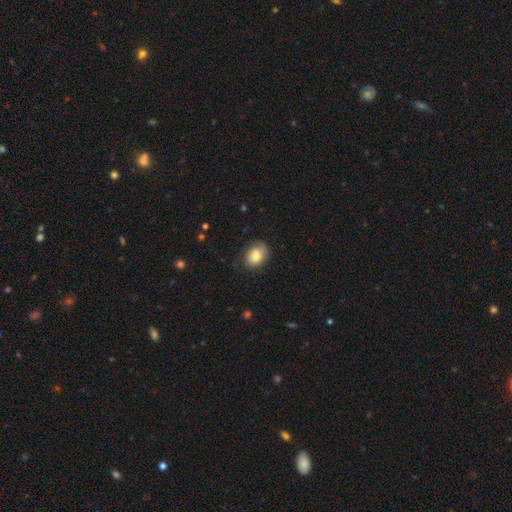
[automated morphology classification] Q: Smooth or featured?
A: smooth (74%); runner-up: featured or disk (18%)
Q: How rounded?
A: in between (61%); runner-up: round (38%)
Q: Merging?
A: none (67%); runner-up: minor disturbance (23%)